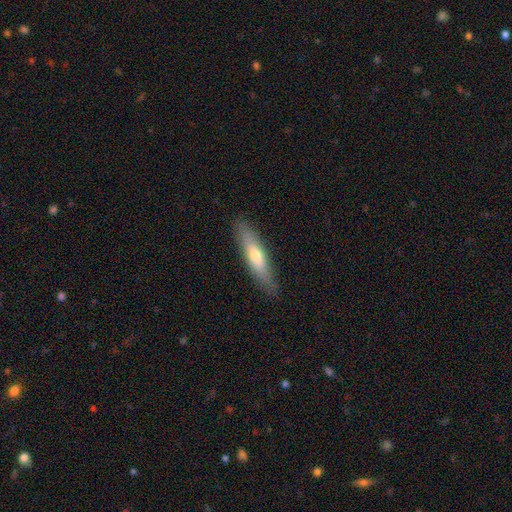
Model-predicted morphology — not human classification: Smooth or featured?
  - smooth: 58% *
  - featured or disk: 36%
  - star or artifact: 6%
How rounded?
  - cigar-shaped: 80% *
  - in between: 18%
  - round: 2%
Merging?
  - none: 87% *
  - minor disturbance: 10%
  - major disturbance: 2%
  - merger: 1%